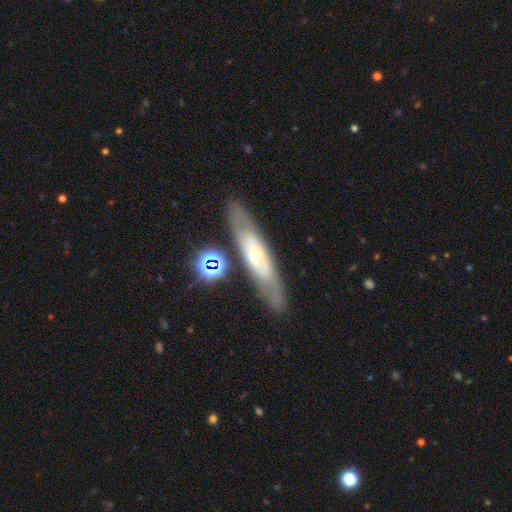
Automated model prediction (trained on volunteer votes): Smooth or featured? featured or disk (64%)
Edge-on disk? no (62%)
Merging? none (80%)